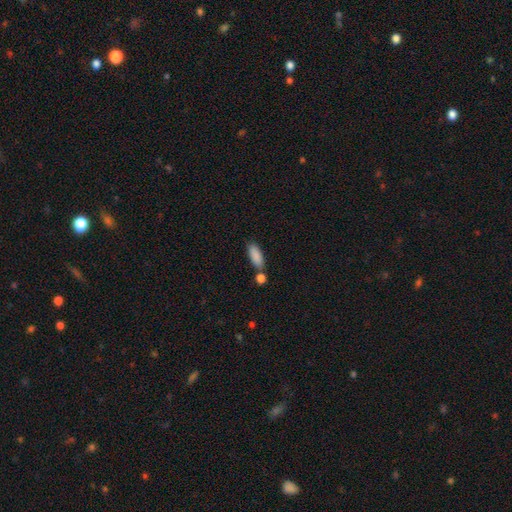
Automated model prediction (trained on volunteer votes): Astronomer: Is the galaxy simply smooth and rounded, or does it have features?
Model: smooth — 88%.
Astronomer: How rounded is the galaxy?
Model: in between — 73%.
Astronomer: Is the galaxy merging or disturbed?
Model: none — 67%.